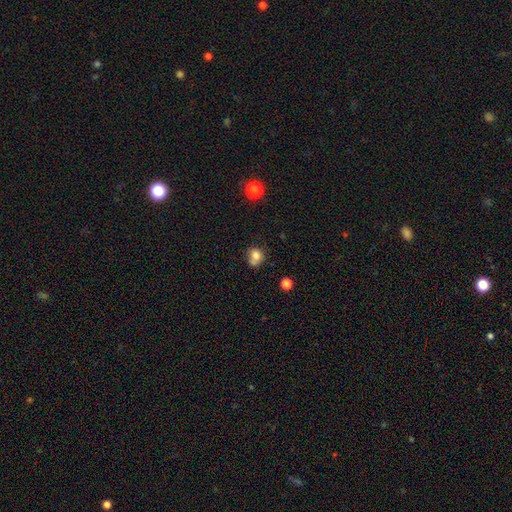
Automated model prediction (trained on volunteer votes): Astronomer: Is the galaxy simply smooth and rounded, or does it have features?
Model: smooth — 78%.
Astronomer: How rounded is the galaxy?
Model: round — 72%.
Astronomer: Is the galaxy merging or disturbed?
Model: none — 50%.